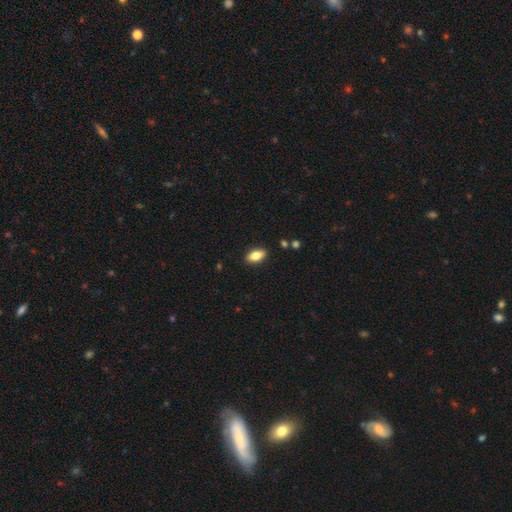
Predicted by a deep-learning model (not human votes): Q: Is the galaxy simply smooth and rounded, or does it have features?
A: smooth — 80%.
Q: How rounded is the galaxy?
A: in between — 90%.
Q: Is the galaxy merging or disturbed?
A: none — 89%.